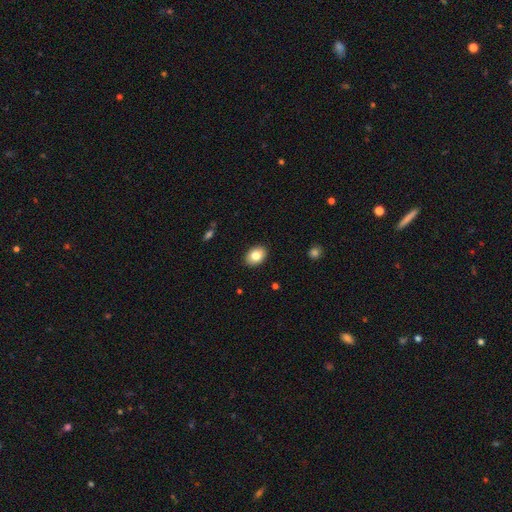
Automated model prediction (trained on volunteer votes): Q: Smooth or featured?
A: smooth (83%); runner-up: featured or disk (9%)
Q: How rounded?
A: in between (74%); runner-up: round (25%)
Q: Merging?
A: none (90%); runner-up: minor disturbance (7%)